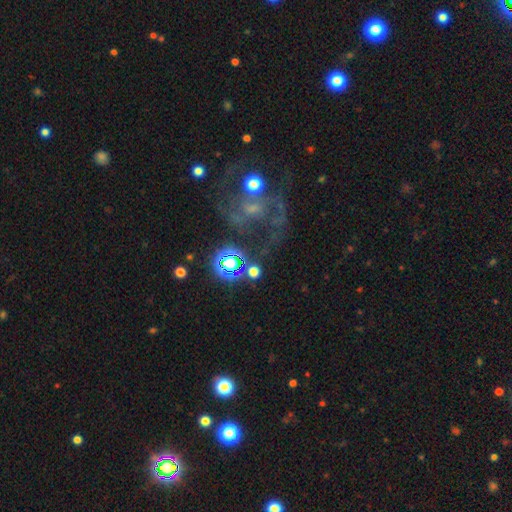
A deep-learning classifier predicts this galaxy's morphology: type=featured or disk (51%); edge-on=no (96%); merging=none (44%).